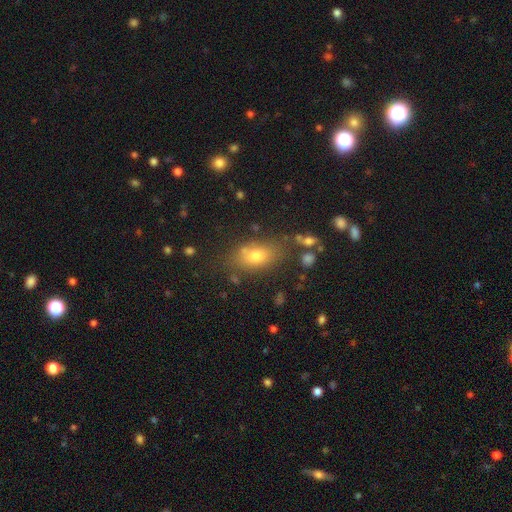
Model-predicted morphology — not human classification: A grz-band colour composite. It shows a smooth galaxy with no disk features (75%) that is in between round and cigar-shaped (82%). Merging: none (71%).